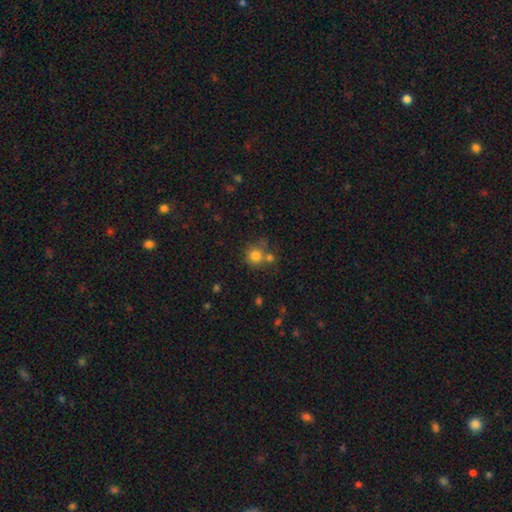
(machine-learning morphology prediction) Smooth or featured: smooth — 79% (star or artifact — 13%)
How rounded: round — 89% (in between — 10%)
Merging: none — 56% (merger — 28%)